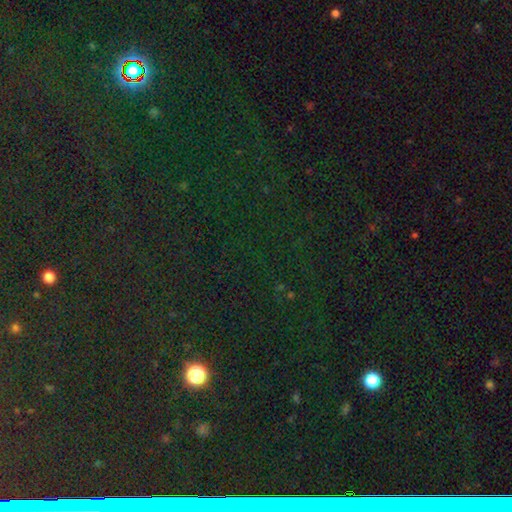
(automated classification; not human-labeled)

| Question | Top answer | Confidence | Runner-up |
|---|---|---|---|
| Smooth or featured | star or artifact | 79% | smooth (13%) |